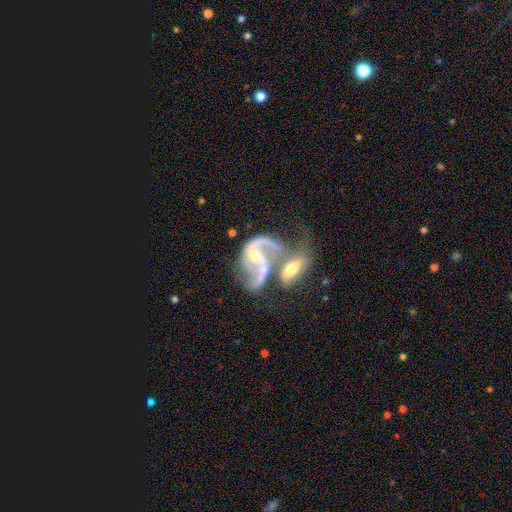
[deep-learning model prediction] Smooth or featured?
  - featured or disk: 87% *
  - smooth: 7%
  - star or artifact: 6%
Edge-on disk?
  - no: 97% *
  - yes: 3%
Bar?
  - no: 45% *
  - weak: 37%
  - strong: 18%
Spiral arms?
  - yes: 93% *
  - no: 7%
Spiral winding?
  - loose: 52% *
  - medium: 39%
  - tight: 10%
Spiral arm count?
  - 2: 81% *
  - 1: 7%
  - can't tell: 6%
  - 3: 3%
  - 4: 1%
  - more than 4: 1%
Bulge size?
  - small: 46% *
  - moderate: 43%
  - none: 7%
  - large: 3%
  - dominant: 1%
Merging?
  - merger: 60% *
  - major disturbance: 16%
  - none: 15%
  - minor disturbance: 9%